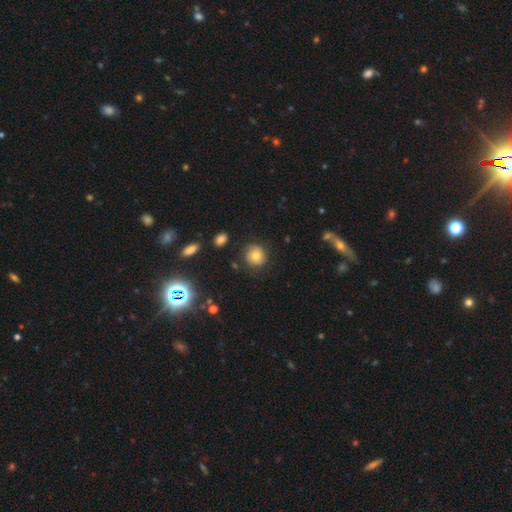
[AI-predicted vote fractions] smooth 63%, featured or disk 25%, star or artifact 13%. Down the decision tree: how rounded — round (88%); merging — none (77%).